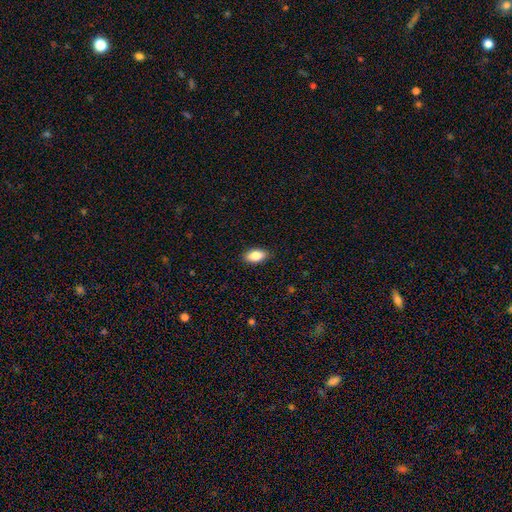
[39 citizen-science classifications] smooth_or_featured: smooth (p=0.79) [alt: featured or disk p=0.13]
how_rounded: in between (p=0.97) [alt: round p=0.03]
merging: none (p=0.83) [alt: minor disturbance p=0.17]